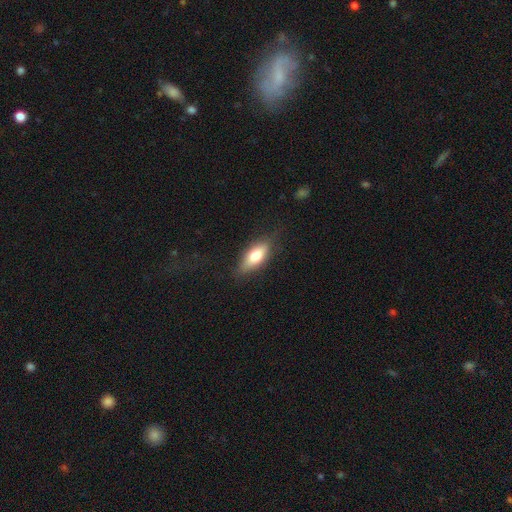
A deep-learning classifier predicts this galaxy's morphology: type=smooth (68%); roundness=in between (75%); merging=none (79%).